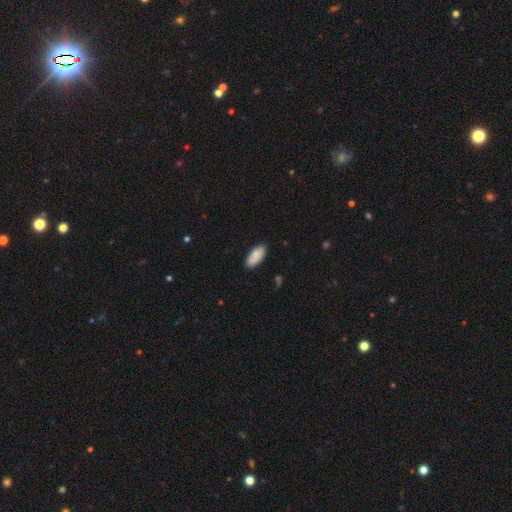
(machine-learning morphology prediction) smooth_or_featured: smooth (p=0.86) [alt: featured or disk p=0.08]
how_rounded: in between (p=0.89) [alt: cigar-shaped p=0.09]
merging: none (p=0.85) [alt: minor disturbance p=0.11]